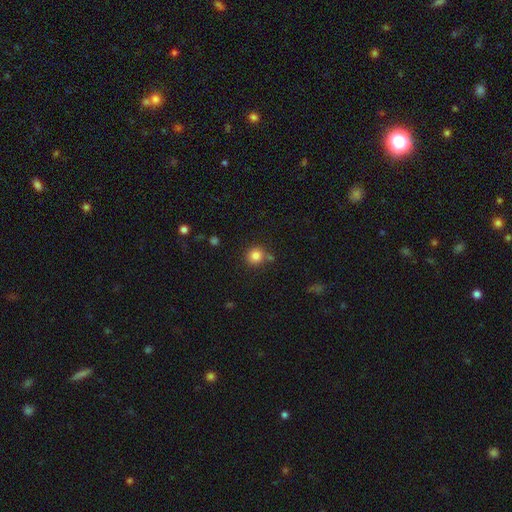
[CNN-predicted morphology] This is clearly a smooth galaxy (83%). How rounded: clearly round (90%). Merging: likely none (76%).